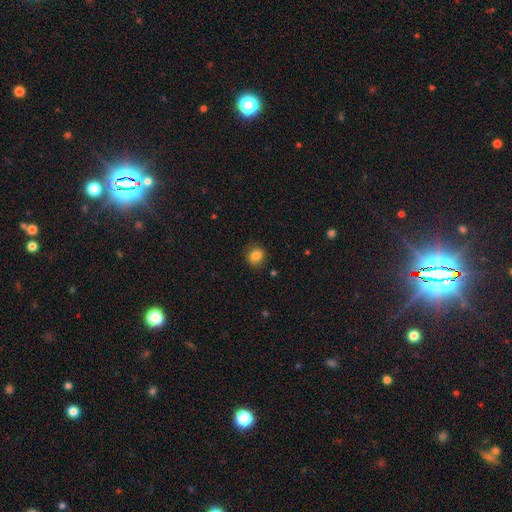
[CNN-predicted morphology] A smooth galaxy with no disk features (82%) that is round (75%). Merging: none (85%).